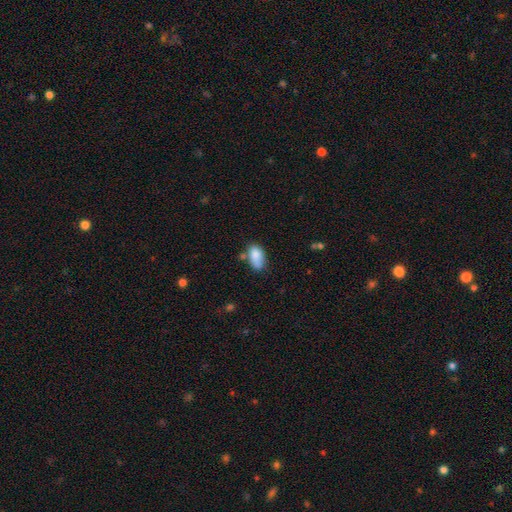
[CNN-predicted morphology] This appears to be a smooth galaxy with no disk features (84%) that is in between round and cigar-shaped (92%). Merging: none (55%).